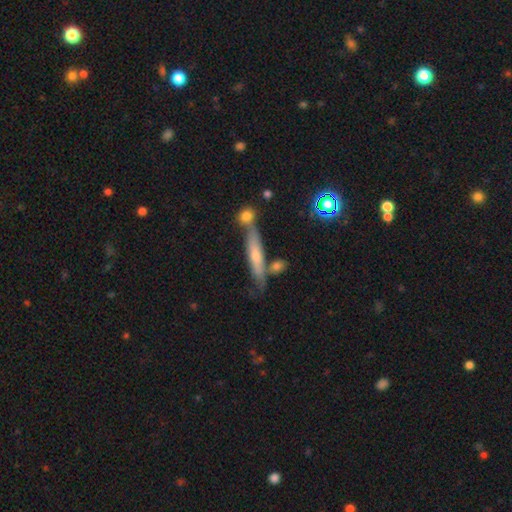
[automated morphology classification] The model was most divided on "smooth or featured": smooth: 46%, featured or disk: 45%, star or artifact: 9%. More confident: merging — none (65%).